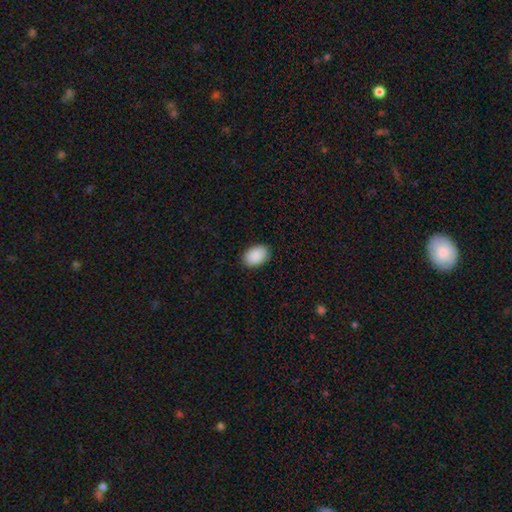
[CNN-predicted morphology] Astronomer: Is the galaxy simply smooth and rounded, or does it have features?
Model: smooth — 91%.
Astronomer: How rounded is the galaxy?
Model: in between — 86%.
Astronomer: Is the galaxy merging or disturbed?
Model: none — 89%.